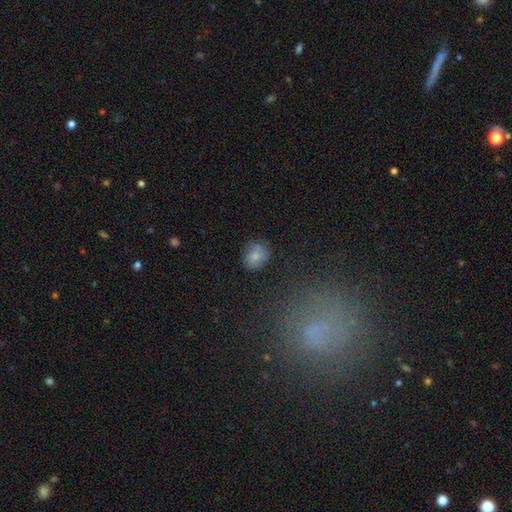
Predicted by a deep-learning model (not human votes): The model was most divided on "how rounded": round: 51%, in between: 48%, cigar-shaped: 1%. More confident: smooth or featured — smooth (78%); merging — none (69%).